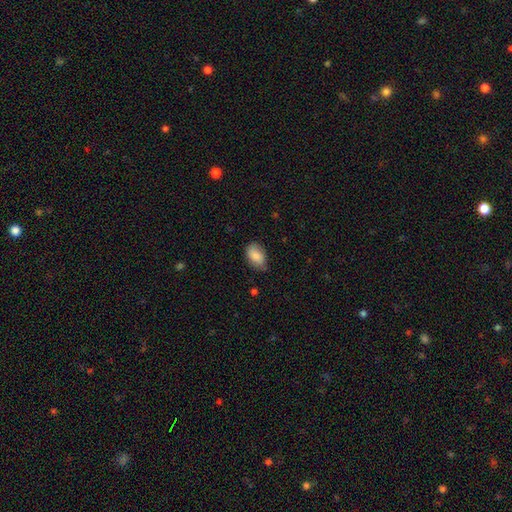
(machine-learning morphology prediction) Smooth or featured: smooth — 86% (featured or disk — 8%)
How rounded: in between — 90% (round — 9%)
Merging: none — 70% (minor disturbance — 25%)